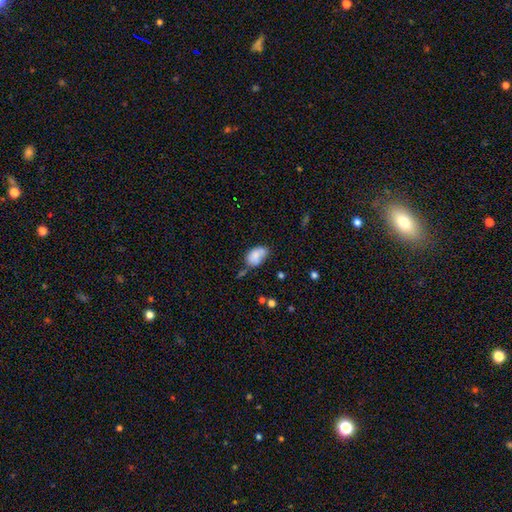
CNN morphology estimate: This is likely a smooth galaxy (78%). How rounded: clearly in between (87%). Merging: marginally none (41%).